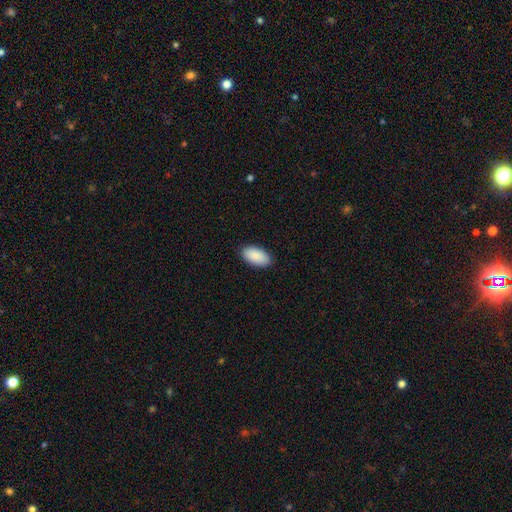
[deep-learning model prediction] Morphology: type=smooth (91%); roundness=in between (96%); merging=none (88%).